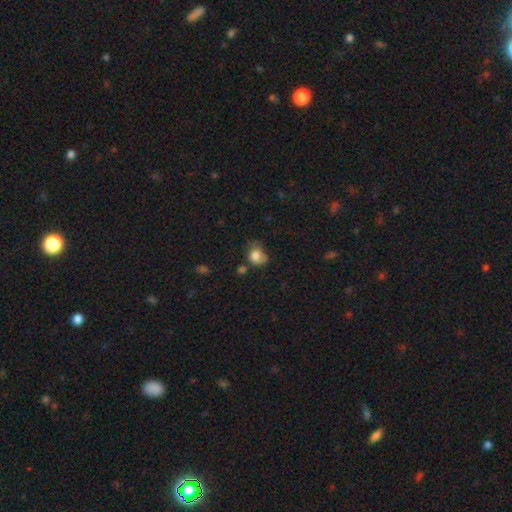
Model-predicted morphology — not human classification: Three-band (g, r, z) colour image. It shows a smooth galaxy with no disk features (80%) that is round (54%). Merging: none (38%).